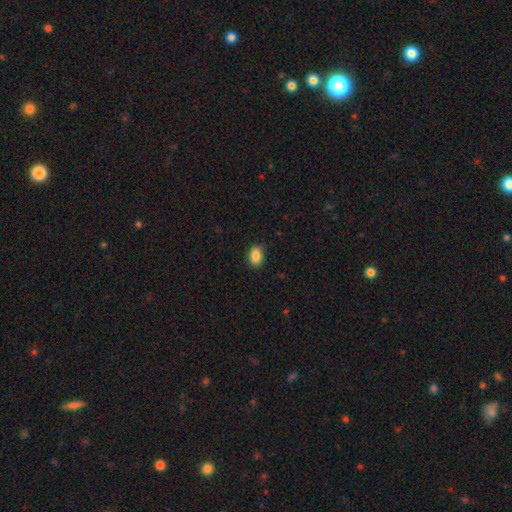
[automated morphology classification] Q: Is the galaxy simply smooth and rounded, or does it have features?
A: smooth — 88%.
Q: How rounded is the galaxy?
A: in between — 76%.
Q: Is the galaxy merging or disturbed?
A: none — 88%.